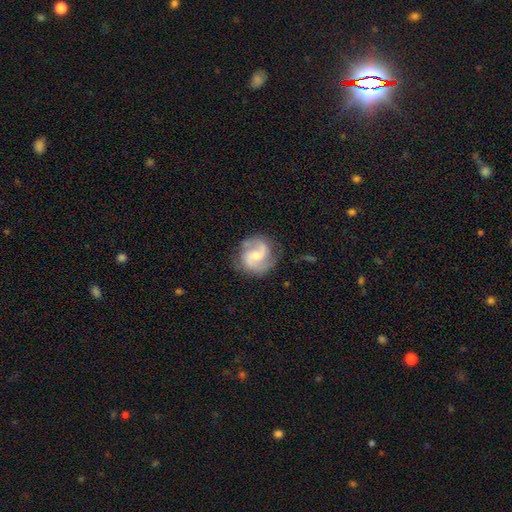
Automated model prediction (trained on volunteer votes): smooth_or_featured: featured or disk (p=0.85) [alt: smooth p=0.10]
disk_edge_on: no (p=0.98) [alt: yes p=0.02]
bar: weak (p=0.48) [alt: no p=0.38]
has_spiral_arms: yes (p=0.97) [alt: no p=0.03]
spiral_winding: medium (p=0.54) [alt: loose p=0.24]
spiral_arm_count: 2 (p=0.91) [alt: can't tell p=0.03]
bulge_size: small (p=0.47) [alt: moderate p=0.46]
merging: none (p=0.77) [alt: minor disturbance p=0.16]